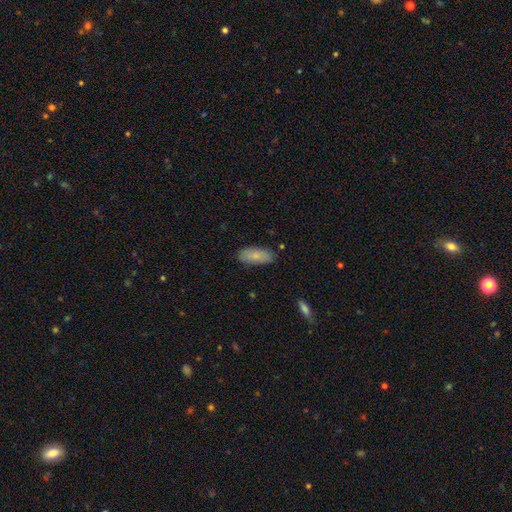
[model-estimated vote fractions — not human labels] Morphology: type=smooth (81%); roundness=in between (82%); merging=none (84%).